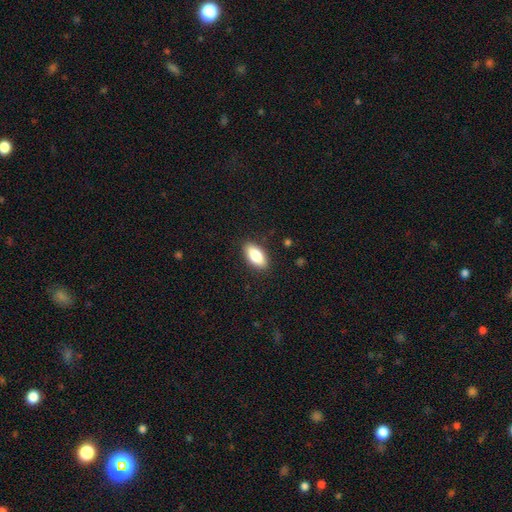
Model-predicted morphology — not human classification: type=smooth (83%); roundness=in between (88%); merging=none (87%).